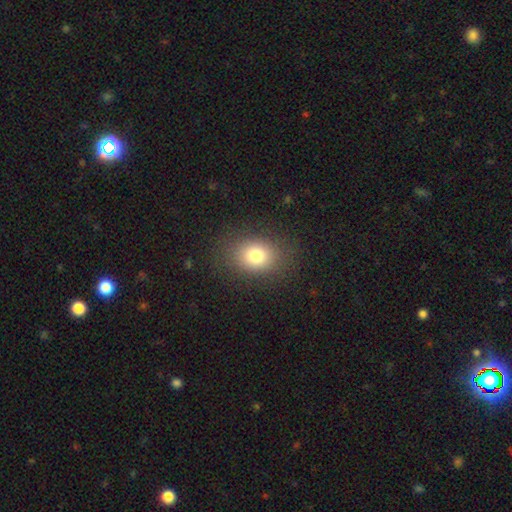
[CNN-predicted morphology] smooth-or-featured: smooth: 78% | star or artifact: 13% | featured or disk: 9%
  how-rounded: in between: 54% | round: 45% | cigar-shaped: 1%
  merging: none: 84% | minor disturbance: 10% | major disturbance: 5% | merger: 1%